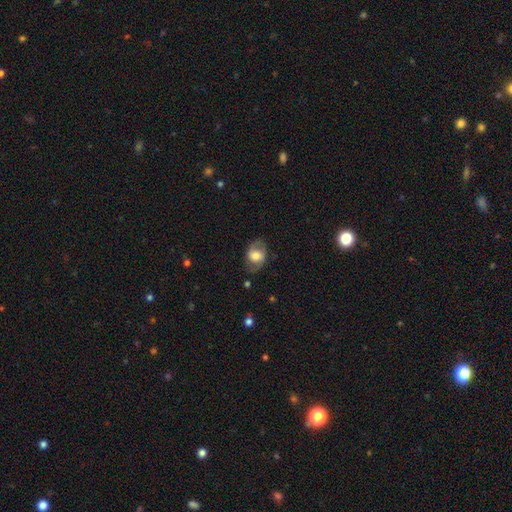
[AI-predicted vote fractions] Morphology: type=smooth (51%); roundness=in between (71%); merging=none (71%).